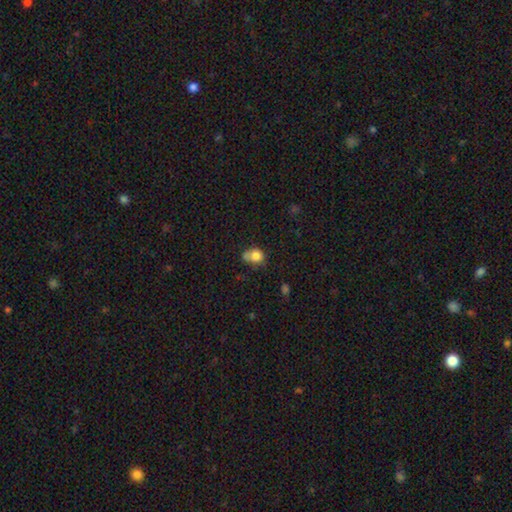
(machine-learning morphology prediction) Smooth or featured: smooth — 79% (star or artifact — 11%)
How rounded: round — 58% (in between — 41%)
Merging: none — 39% (minor disturbance — 29%)